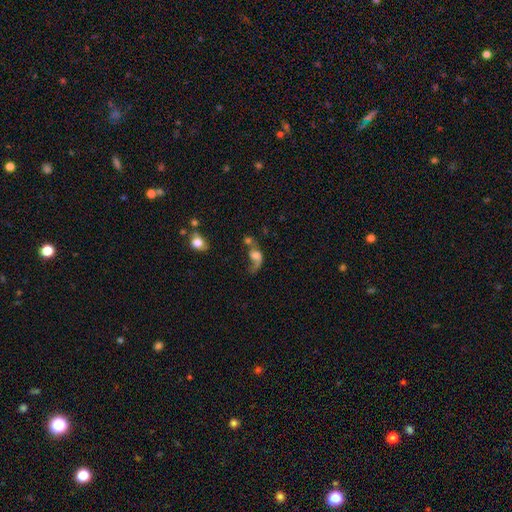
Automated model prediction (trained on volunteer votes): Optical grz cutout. It shows a smooth galaxy with no disk features (45%). Merging: major disturbance (37%).